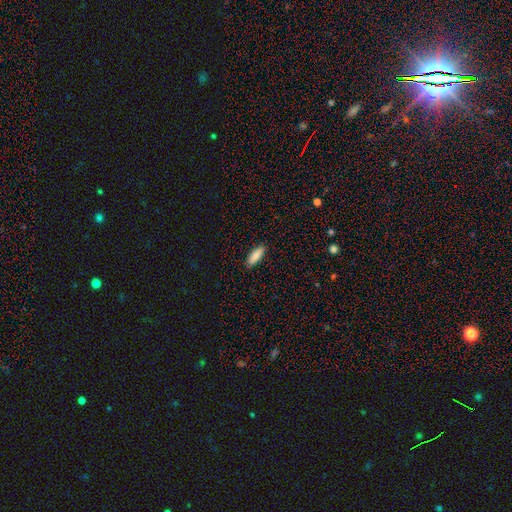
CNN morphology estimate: Overall: smooth (85%). How rounded: in between (66%; cigar-shaped 32%). Merging: none (88%).